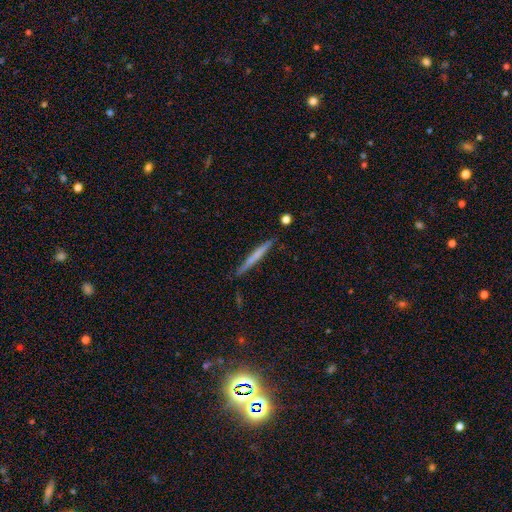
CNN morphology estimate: smooth_or_featured: smooth (p=0.55) [alt: featured or disk p=0.39]
how_rounded: cigar-shaped (p=0.96) [alt: in between p=0.02]
merging: none (p=0.87) [alt: minor disturbance p=0.10]